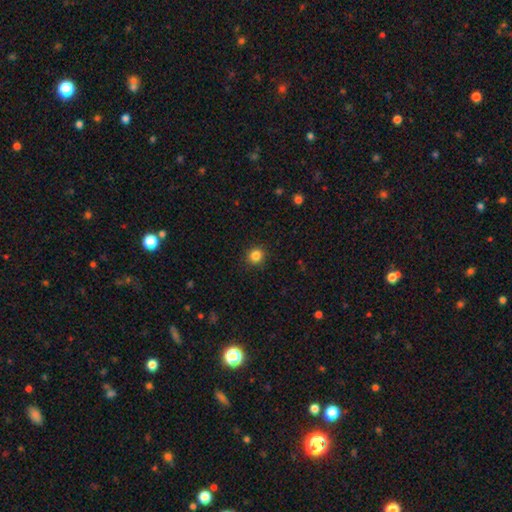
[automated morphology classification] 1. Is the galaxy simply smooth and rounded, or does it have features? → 85% smooth, 12% star or artifact, 4% featured or disk.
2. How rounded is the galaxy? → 91% round, 8% in between, 1% cigar-shaped.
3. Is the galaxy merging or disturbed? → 90% none, 7% minor disturbance, 2% major disturbance, 1% merger.